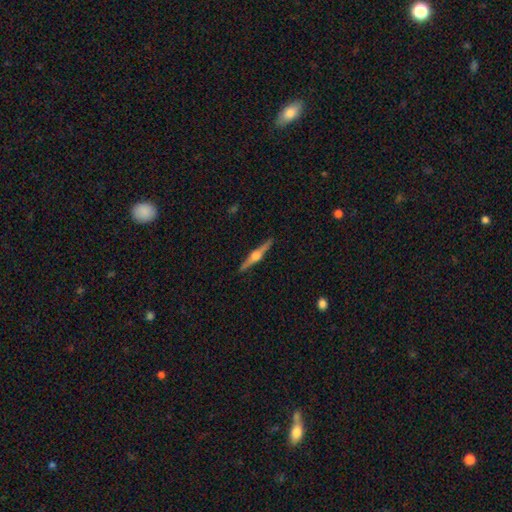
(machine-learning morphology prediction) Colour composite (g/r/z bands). It shows a featured or disk galaxy (82%) viewed edge-on (98%) with a rounded central bulge (95%). Merging: none (92%).